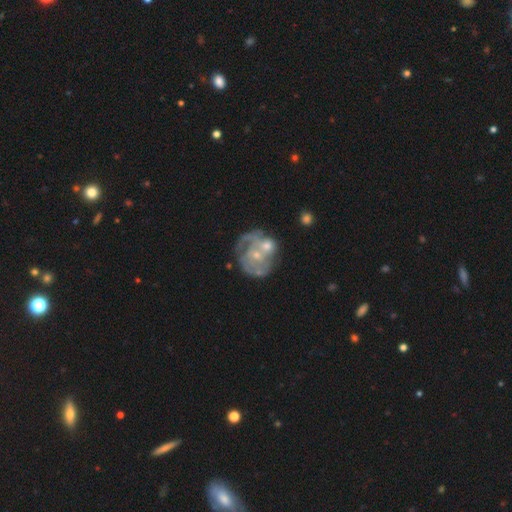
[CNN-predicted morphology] smooth-or-featured: featured or disk: 79% | smooth: 15% | star or artifact: 6%
  disk-edge-on: no: 98% | yes: 2%
    bar: no: 76% | weak: 21% | strong: 4%
    has-spiral-arms: yes: 78% | no: 22%
      spiral-winding: tight: 52% | medium: 34% | loose: 13%
      spiral-arm-count: can't tell: 35% | 2: 33% | 3: 13% | 1: 10% | 4: 4% | more than 4: 4%
    bulge-size: small: 64% | moderate: 28% | none: 5% | large: 2% | dominant: 1%
  merging: none: 39% | merger: 32% | minor disturbance: 16% | major disturbance: 14%